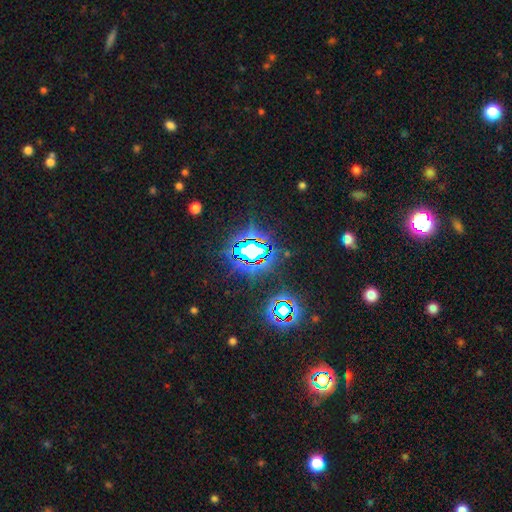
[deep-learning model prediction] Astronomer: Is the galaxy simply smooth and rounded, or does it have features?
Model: star or artifact — 79%.